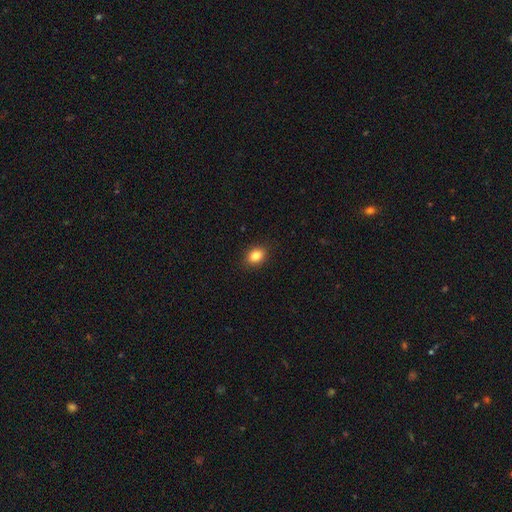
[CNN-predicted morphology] Q: Smooth or featured?
A: smooth (84%); runner-up: star or artifact (10%)
Q: How rounded?
A: in between (68%); runner-up: round (31%)
Q: Merging?
A: none (89%); runner-up: minor disturbance (8%)